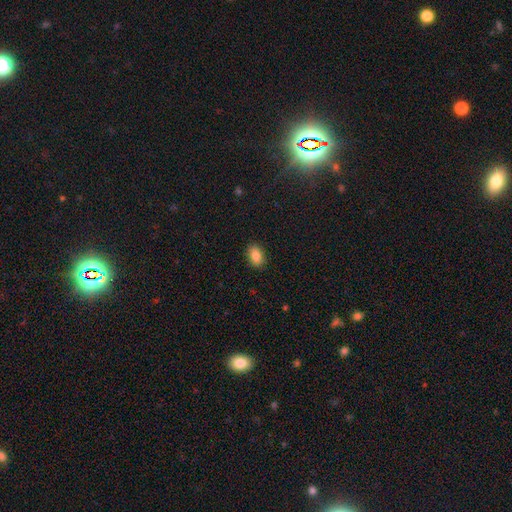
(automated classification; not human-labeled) A smooth galaxy with no disk features (86%) that is in between round and cigar-shaped (85%).

Vote fractions:
- Smooth or featured? smooth: 86% / star or artifact: 9% / featured or disk: 6%
- How rounded? in between: 85% / round: 13% / cigar-shaped: 2%
- Merging? none: 88% / minor disturbance: 9% / major disturbance: 2% / merger: 1%